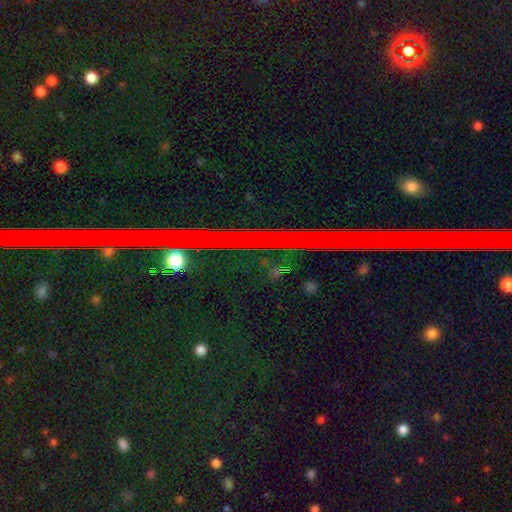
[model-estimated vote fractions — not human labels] Smooth or featured? Predicted: star or artifact (p=0.83).